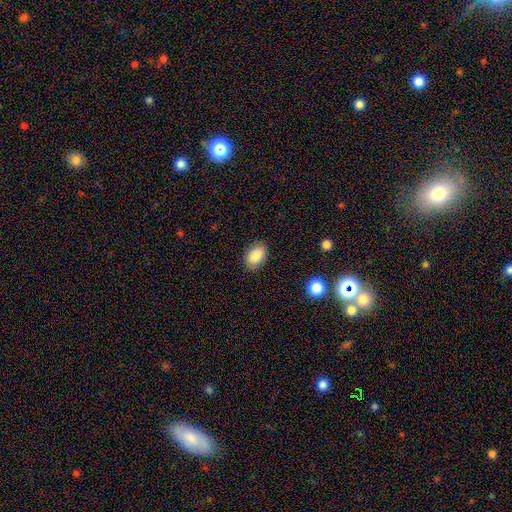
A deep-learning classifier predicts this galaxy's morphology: Overall: smooth (87%). How rounded: in between (86%). Merging: none (86%).